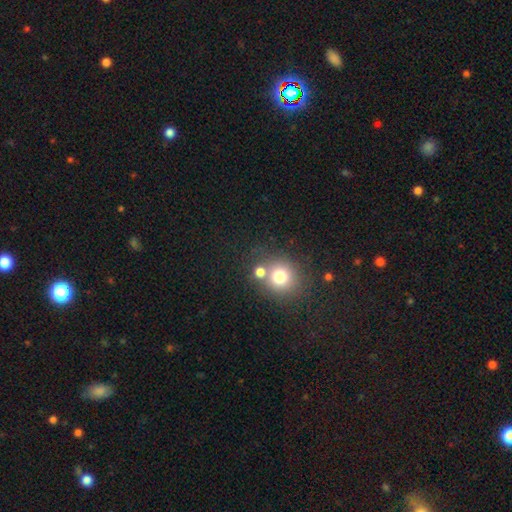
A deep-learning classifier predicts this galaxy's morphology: Smooth or featured: smooth — 61% (star or artifact — 30%)
How rounded: round — 87% (in between — 12%)
Merging: none — 70% (merger — 18%)